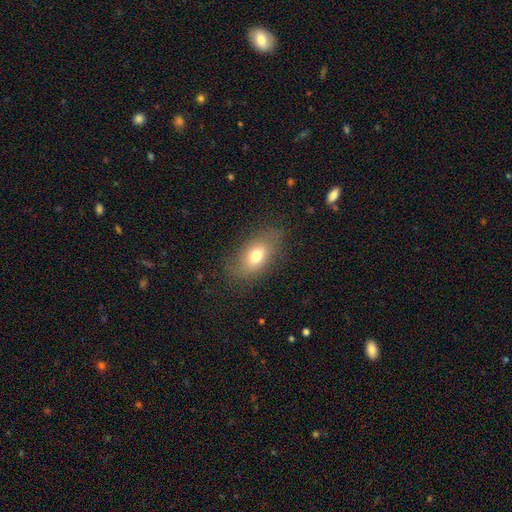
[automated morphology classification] Smooth or featured? Predicted: smooth (p=0.72). How rounded? Predicted: in between (p=0.84). Merging? Predicted: none (p=0.78).